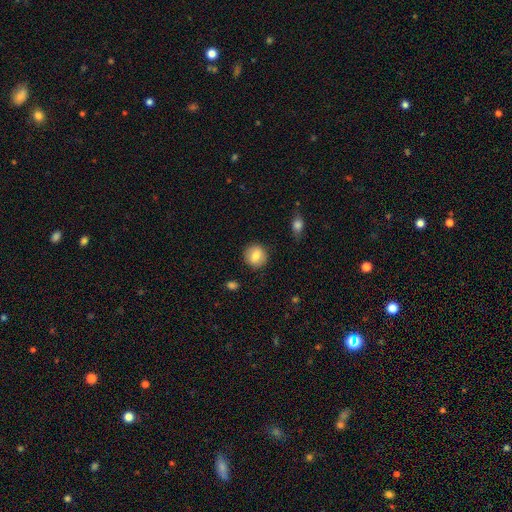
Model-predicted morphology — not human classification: smooth_or_featured: smooth (p=0.82) [alt: featured or disk p=0.10]
how_rounded: round (p=0.88) [alt: in between p=0.11]
merging: none (p=0.87) [alt: minor disturbance p=0.09]